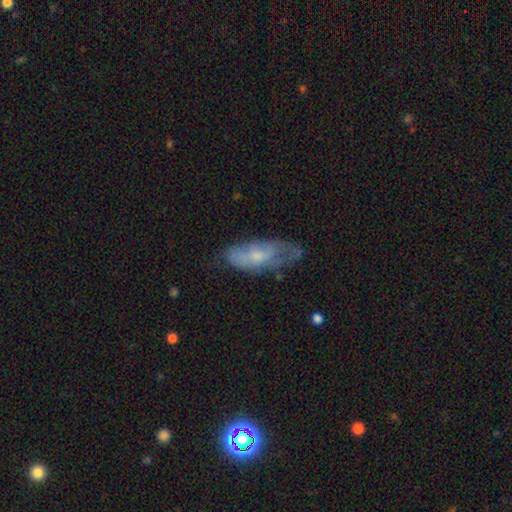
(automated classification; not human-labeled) Smooth or featured? smooth (53%)
How rounded? in between (74%)
Merging? none (43%)